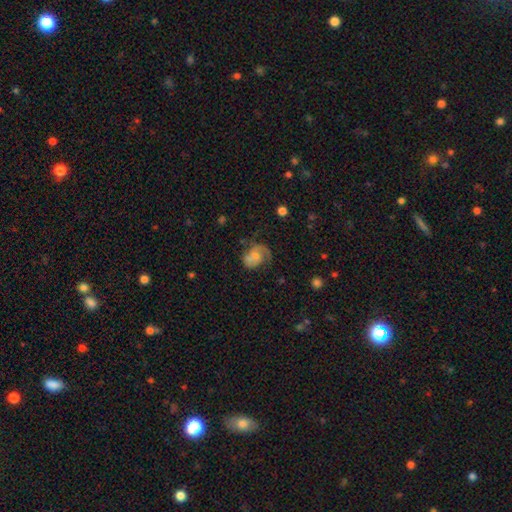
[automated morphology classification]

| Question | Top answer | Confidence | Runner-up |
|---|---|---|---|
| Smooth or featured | featured or disk | 61% | smooth (29%) |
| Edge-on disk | no | 98% | yes (2%) |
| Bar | no | 65% | weak (30%) |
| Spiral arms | yes | 83% | no (17%) |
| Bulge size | small | 42% | moderate (34%) |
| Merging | none | 47% | minor disturbance (24%) |